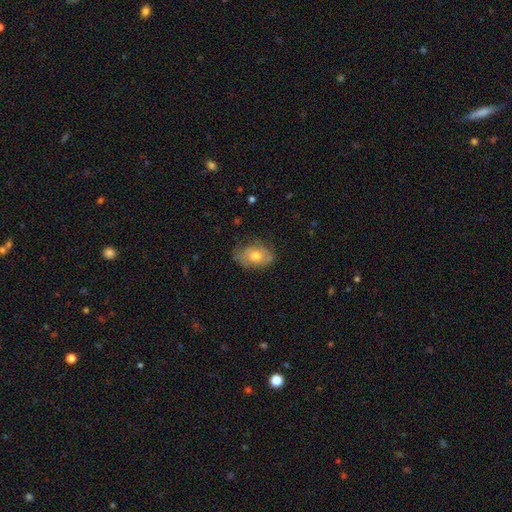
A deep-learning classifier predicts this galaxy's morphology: Q: Smooth or featured?
A: smooth (52%); runner-up: featured or disk (40%)
Q: How rounded?
A: in between (82%); runner-up: round (16%)
Q: Merging?
A: none (66%); runner-up: minor disturbance (25%)